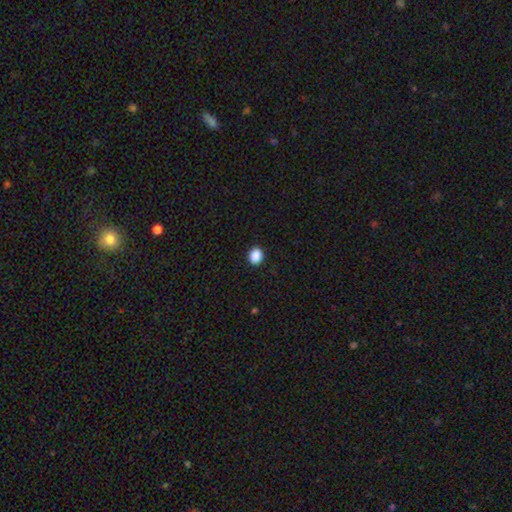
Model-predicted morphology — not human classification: Smooth or featured?
  - smooth: 88% *
  - star or artifact: 9%
  - featured or disk: 3%
How rounded?
  - round: 66% *
  - in between: 34%
  - cigar-shaped: 1%
Merging?
  - none: 92% *
  - minor disturbance: 6%
  - major disturbance: 2%
  - merger: 1%